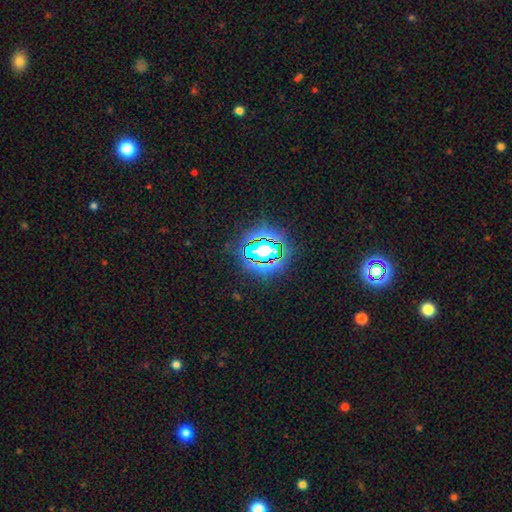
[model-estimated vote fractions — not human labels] Smooth or featured? Predicted: star or artifact (p=0.80).